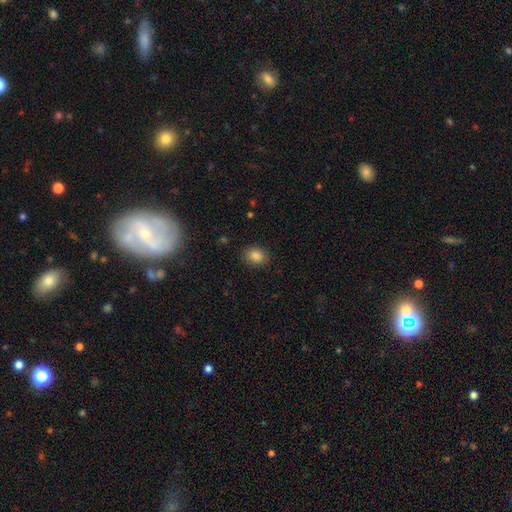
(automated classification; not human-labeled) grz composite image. It shows a smooth galaxy with no disk features (85%) that is in between round and cigar-shaped (61%). Merging: none (87%).